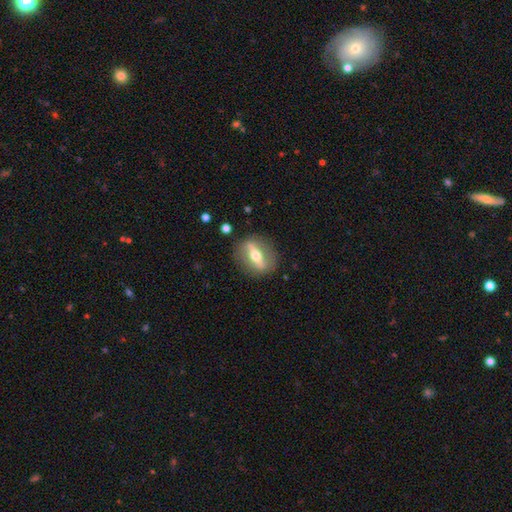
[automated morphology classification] This appears to be a featured or disk galaxy (70%) viewed edge-on (53%). Merging: none (84%).